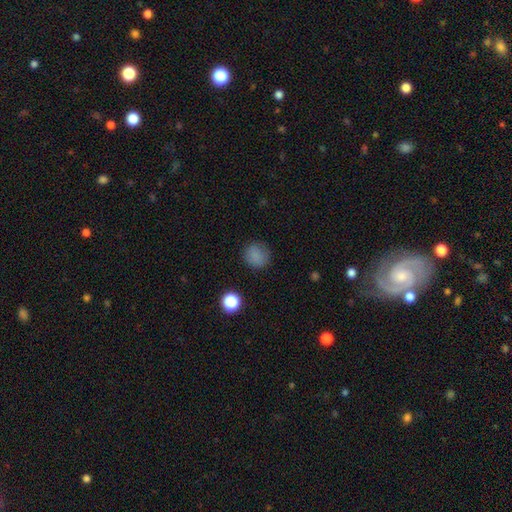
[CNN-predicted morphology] smooth 82%, star or artifact 13%, featured or disk 5%. Down the decision tree: how rounded — round (87%); merging — none (84%).